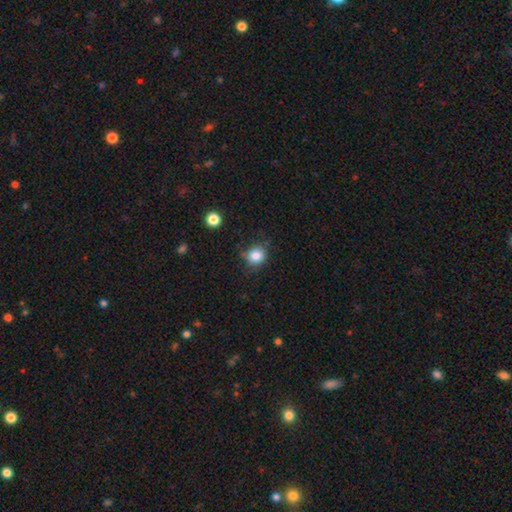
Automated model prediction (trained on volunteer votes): smooth_or_featured: smooth (p=0.83) [alt: star or artifact p=0.11]
how_rounded: round (p=0.85) [alt: in between p=0.14]
merging: none (p=0.73) [alt: minor disturbance p=0.20]